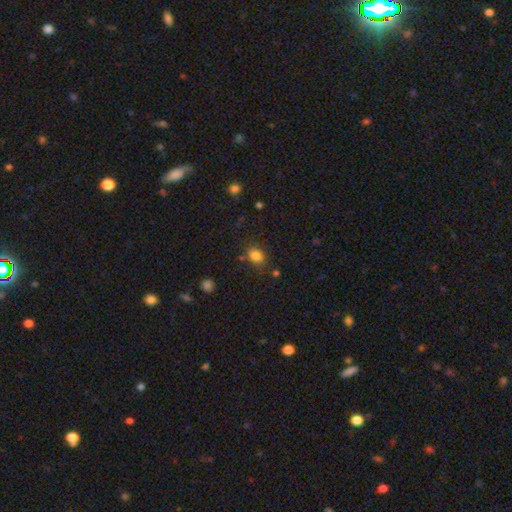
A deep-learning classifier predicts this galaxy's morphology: This appears to be a smooth galaxy with no disk features (82%) that is in between round and cigar-shaped (55%). Merging: none (72%).